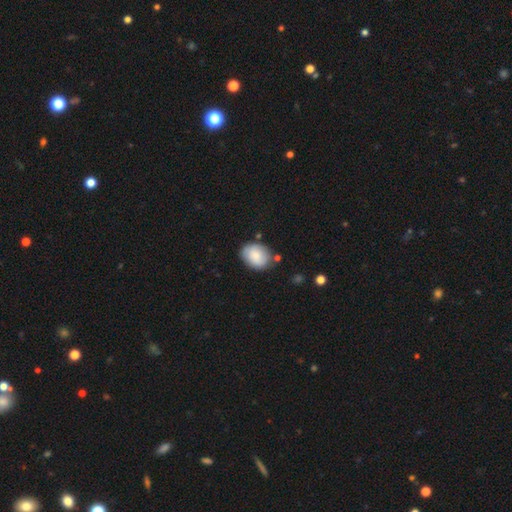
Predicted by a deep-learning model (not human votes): This is likely a smooth galaxy (80%). How rounded: likely in between (67%). Merging: likely none (74%).